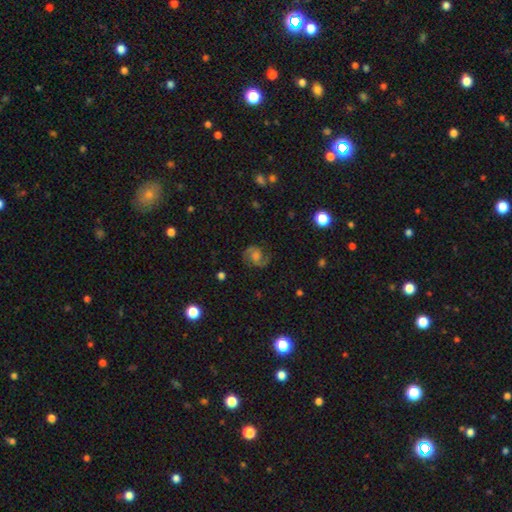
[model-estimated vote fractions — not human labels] Smooth or featured?
  - featured or disk: 78% *
  - smooth: 12%
  - star or artifact: 11%
Edge-on disk?
  - no: 98% *
  - yes: 2%
Bar?
  - no: 53% *
  - weak: 38%
  - strong: 8%
Spiral arms?
  - yes: 96% *
  - no: 4%
Spiral winding?
  - medium: 58% *
  - tight: 24%
  - loose: 18%
Spiral arm count?
  - 2: 92% *
  - can't tell: 3%
  - 3: 2%
  - 1: 2%
  - 4: 1%
  - more than 4: 1%
Bulge size?
  - moderate: 45% *
  - small: 31%
  - none: 12%
  - large: 10%
  - dominant: 2%
Merging?
  - none: 81% *
  - minor disturbance: 12%
  - major disturbance: 5%
  - merger: 1%